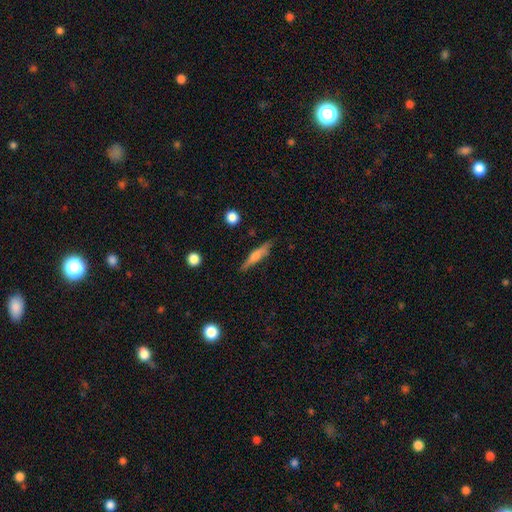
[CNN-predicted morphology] This appears to be a smooth galaxy with no disk features (52%) that is cigar-shaped (85%). Merging: none (83%).